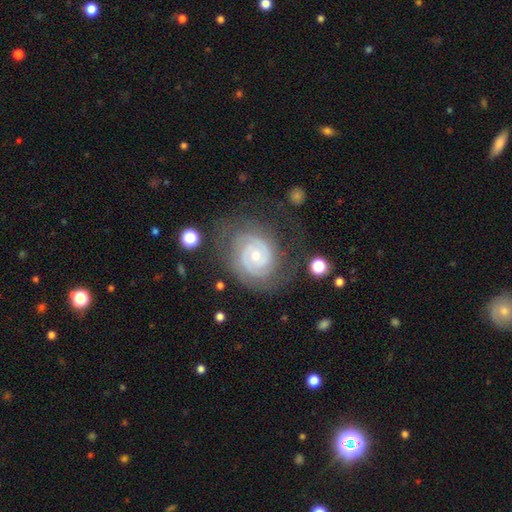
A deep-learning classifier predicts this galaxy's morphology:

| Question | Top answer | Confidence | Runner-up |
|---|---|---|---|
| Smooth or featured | featured or disk | 87% | smooth (8%) |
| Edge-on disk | no | 98% | yes (2%) |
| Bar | no | 69% | weak (25%) |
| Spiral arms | yes | 97% | no (3%) |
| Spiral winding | tight | 71% | medium (25%) |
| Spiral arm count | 2 | 64% | can't tell (14%) |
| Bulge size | small | 62% | moderate (35%) |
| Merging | none | 70% | minor disturbance (18%) |